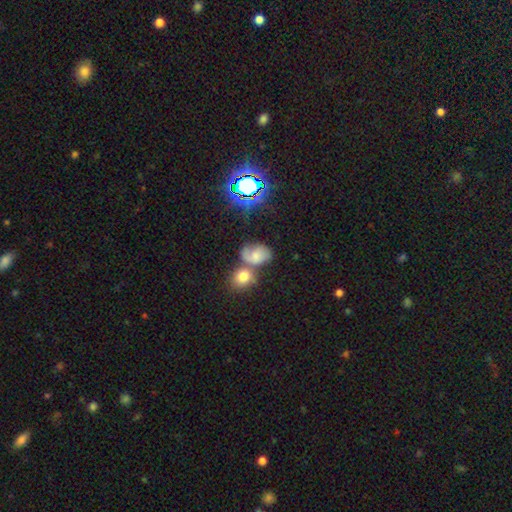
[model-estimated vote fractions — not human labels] This appears to be a smooth galaxy with no disk features (45%). Merging: merger (43%).